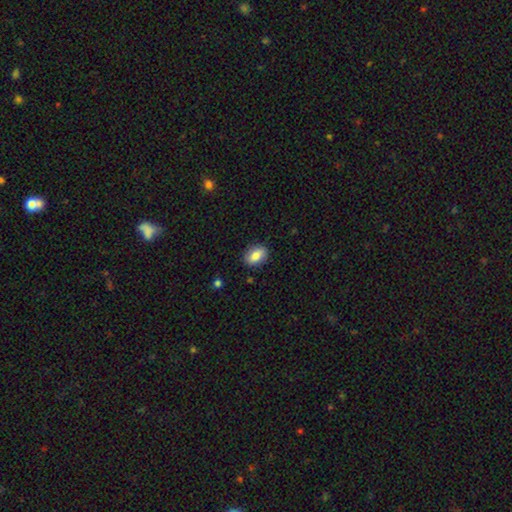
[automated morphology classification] smooth 81%, featured or disk 11%, star or artifact 8%. Down the decision tree: how rounded — in between (82%); merging — none (85%).